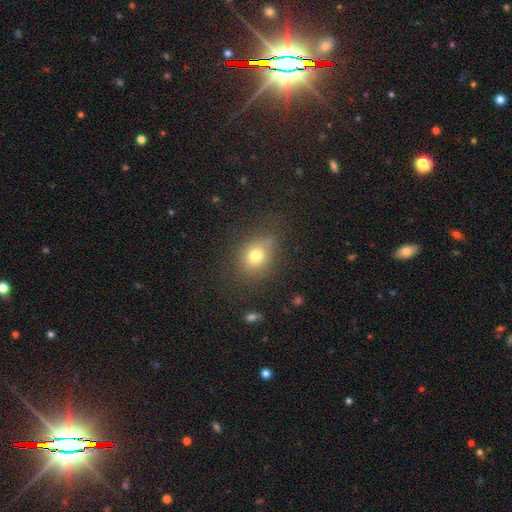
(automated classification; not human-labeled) This appears to be a smooth galaxy with no disk features (72%) that is round (56%). Merging: none (65%).